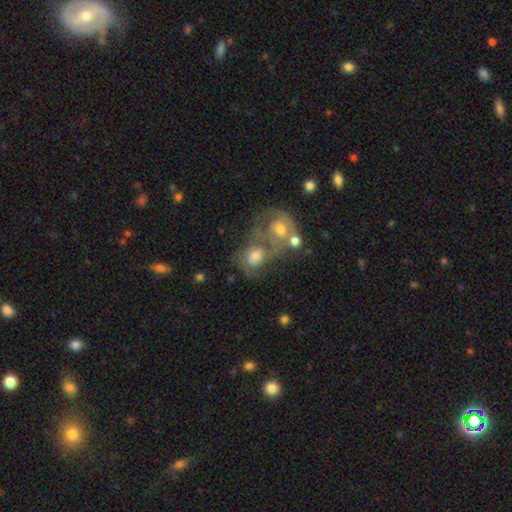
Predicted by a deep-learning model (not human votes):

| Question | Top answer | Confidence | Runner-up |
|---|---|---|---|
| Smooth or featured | featured or disk | 49% | smooth (40%) |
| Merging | merger | 60% | none (19%) |